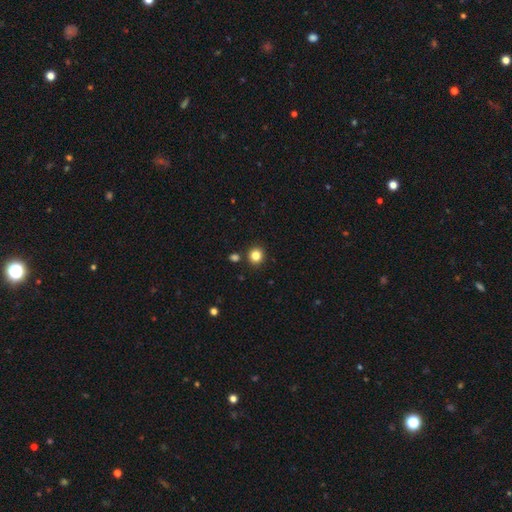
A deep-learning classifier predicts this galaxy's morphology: Smooth or featured?
  - smooth: 83% *
  - star or artifact: 12%
  - featured or disk: 5%
How rounded?
  - round: 90% *
  - in between: 9%
  - cigar-shaped: 1%
Merging?
  - none: 89% *
  - minor disturbance: 6%
  - merger: 4%
  - major disturbance: 2%